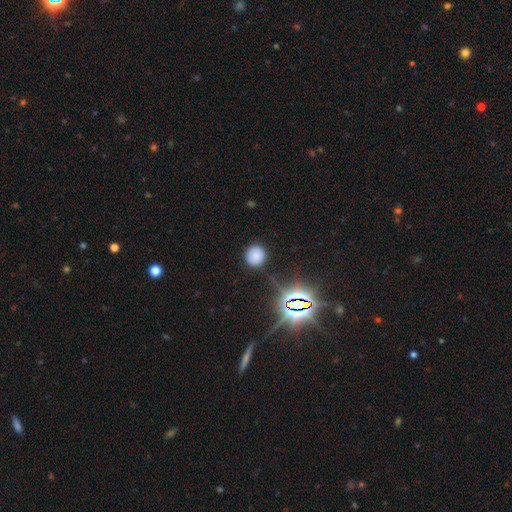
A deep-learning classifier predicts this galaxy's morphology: smooth_or_featured: smooth (p=0.75) [alt: star or artifact p=0.19]
how_rounded: round (p=0.89) [alt: in between p=0.10]
merging: none (p=0.86) [alt: minor disturbance p=0.10]